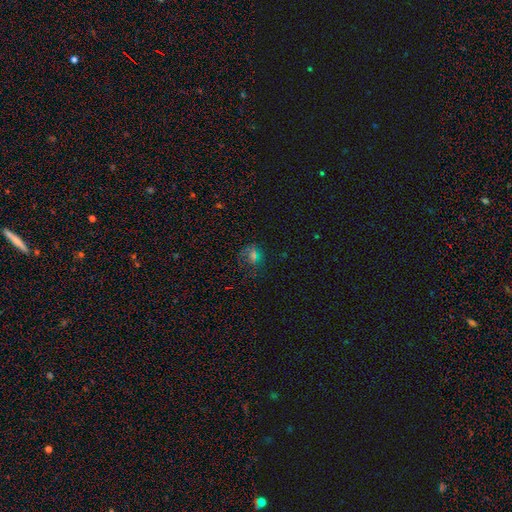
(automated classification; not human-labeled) A smooth galaxy with no disk features (41%). Merging: none (63%).